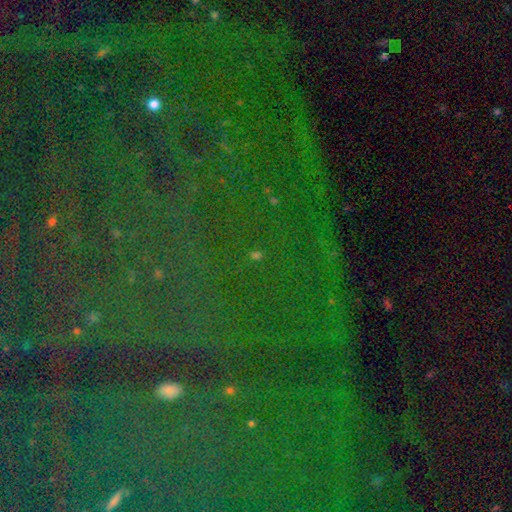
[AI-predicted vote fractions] Smooth or featured: star or artifact — 81% (smooth — 11%)